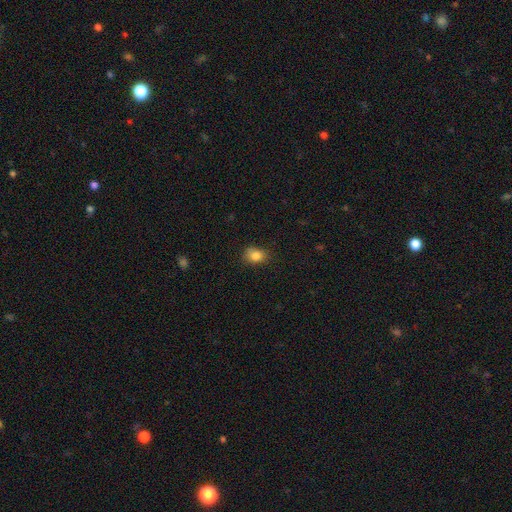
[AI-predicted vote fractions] smooth_or_featured: smooth (p=0.84) [alt: star or artifact p=0.10]
how_rounded: in between (p=0.57) [alt: round p=0.41]
merging: none (p=0.74) [alt: minor disturbance p=0.20]